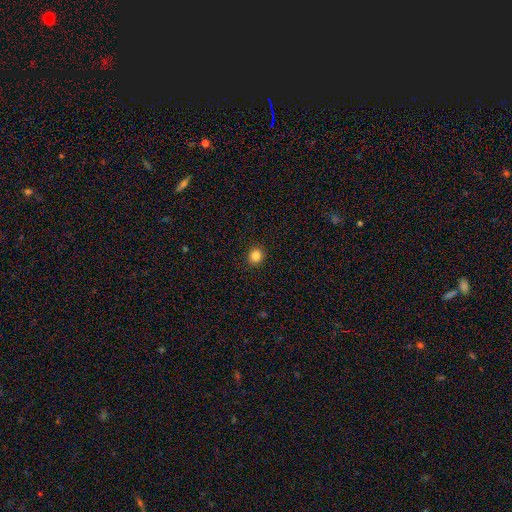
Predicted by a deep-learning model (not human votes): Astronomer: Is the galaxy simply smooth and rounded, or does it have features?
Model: smooth — 84%.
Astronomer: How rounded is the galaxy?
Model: round — 87%.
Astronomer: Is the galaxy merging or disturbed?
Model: none — 92%.